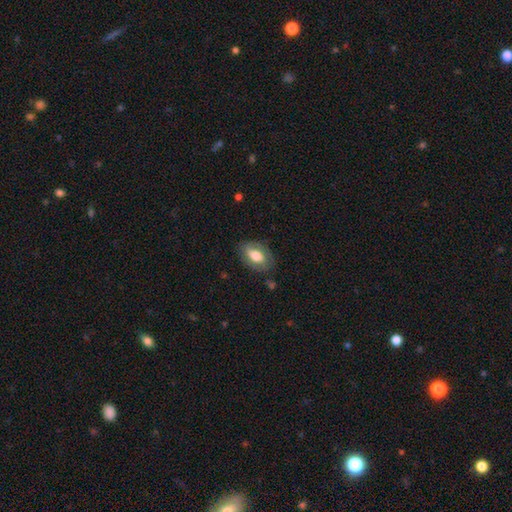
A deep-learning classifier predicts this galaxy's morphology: Smooth or featured? smooth (55%)
How rounded? in between (90%)
Merging? none (75%)